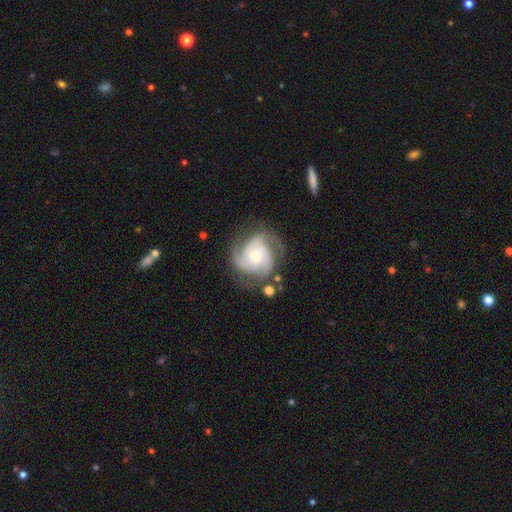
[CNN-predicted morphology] This is clearly a featured or disk galaxy (88%). It is clearly not viewed edge-on (98%). Bar: likely no (72%). Spiral arm pattern: clearly yes (98%). Spiral arm count: likely 3 (69%). Spiral winding: possibly tight (53%). Central bulge: possibly moderate (49%). Merging: likely none (74%).